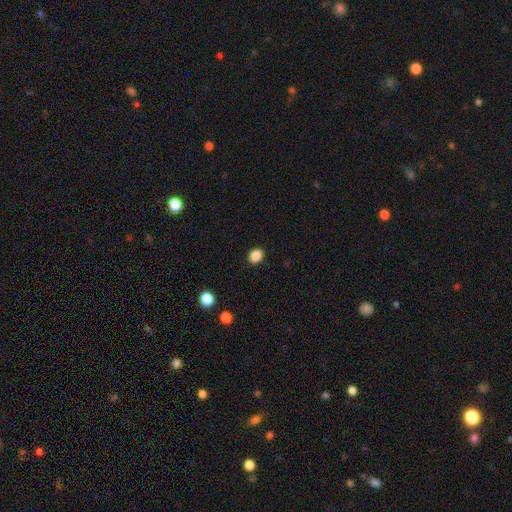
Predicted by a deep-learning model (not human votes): A smooth galaxy with no disk features (87%) that is round (56%).

Vote fractions:
- Smooth or featured? smooth: 87% / star or artifact: 10% / featured or disk: 3%
- How rounded? round: 56% / in between: 43% / cigar-shaped: 1%
- Merging? none: 91% / minor disturbance: 6% / major disturbance: 2% / merger: 1%